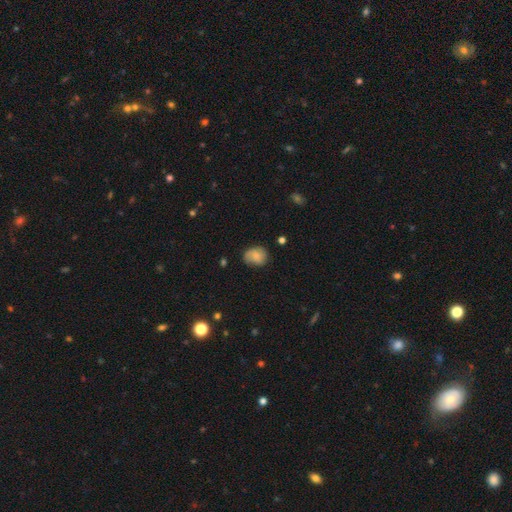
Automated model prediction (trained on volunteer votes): This is likely a smooth galaxy (75%). How rounded: possibly in between (50%). Merging: likely none (63%).